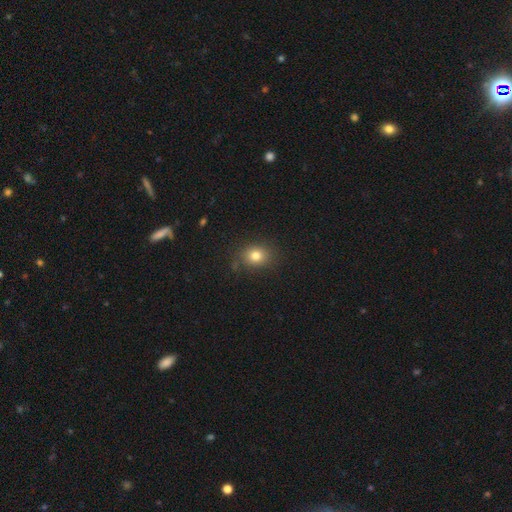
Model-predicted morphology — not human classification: Smooth or featured?
  - smooth: 79% *
  - star or artifact: 13%
  - featured or disk: 8%
How rounded?
  - round: 58% *
  - in between: 41%
  - cigar-shaped: 1%
Merging?
  - none: 82% *
  - minor disturbance: 12%
  - major disturbance: 4%
  - merger: 2%